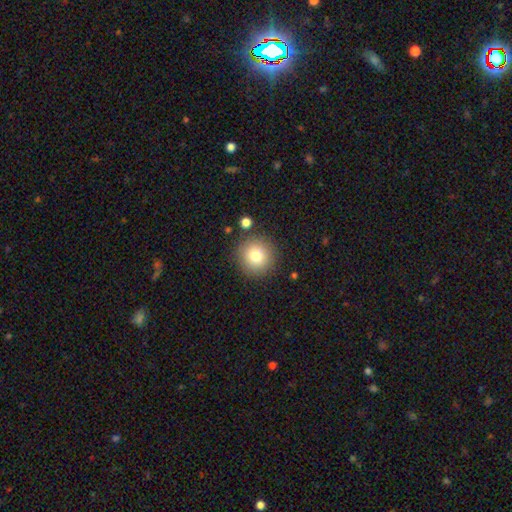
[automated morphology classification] A smooth galaxy with no disk features (79%) that is round (95%).

Vote fractions:
- Smooth or featured? smooth: 79% / star or artifact: 11% / featured or disk: 10%
- How rounded? round: 95% / in between: 4% / cigar-shaped: 1%
- Merging? none: 87% / minor disturbance: 7% / merger: 3% / major disturbance: 3%